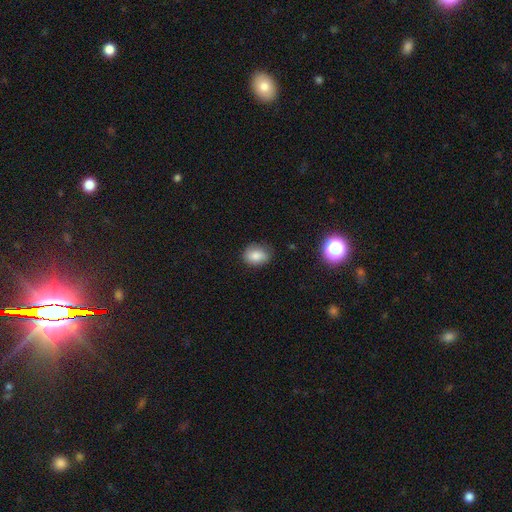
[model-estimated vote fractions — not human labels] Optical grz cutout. It shows a smooth galaxy with no disk features (81%) that is in between round and cigar-shaped (64%). Merging: none (75%).